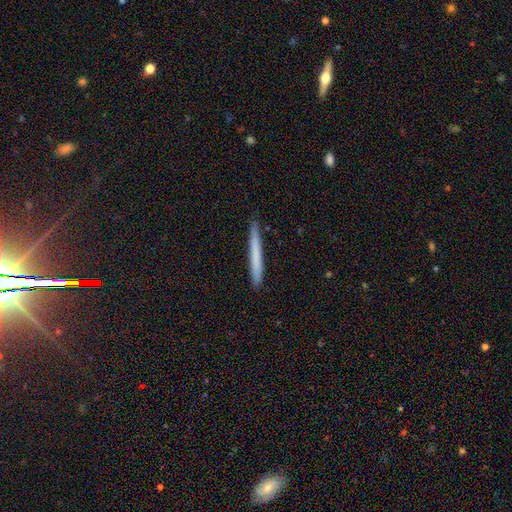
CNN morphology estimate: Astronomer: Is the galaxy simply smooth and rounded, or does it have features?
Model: smooth — 67%.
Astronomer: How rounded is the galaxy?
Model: cigar-shaped — 97%.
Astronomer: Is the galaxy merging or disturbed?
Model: none — 90%.